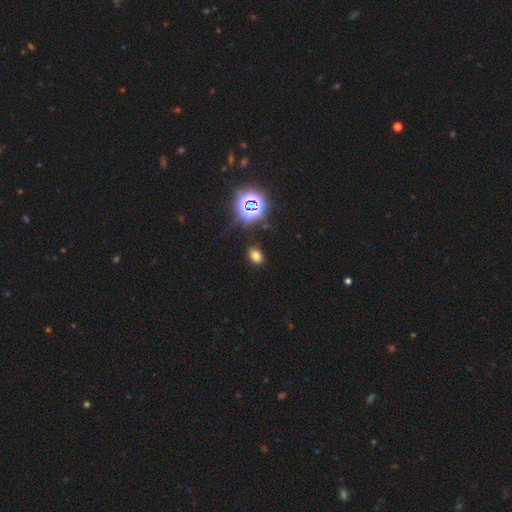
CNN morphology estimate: type=smooth (69%); roundness=in between (75%); merging=none (86%).